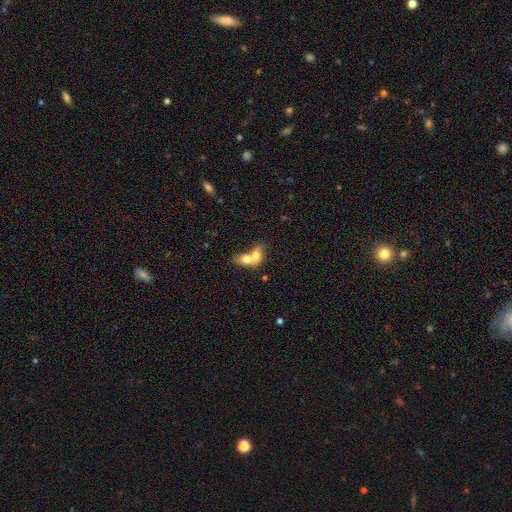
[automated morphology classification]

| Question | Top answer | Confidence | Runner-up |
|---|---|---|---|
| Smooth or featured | smooth | 68% | featured or disk (24%) |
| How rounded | in between | 68% | round (29%) |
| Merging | merger | 81% | none (11%) |